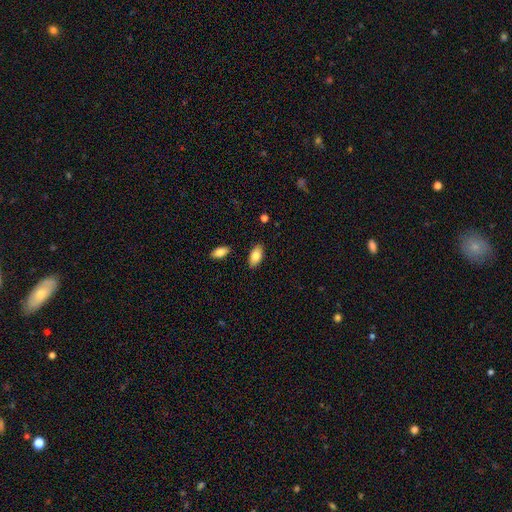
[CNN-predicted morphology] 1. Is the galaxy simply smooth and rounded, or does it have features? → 81% smooth, 13% featured or disk, 7% star or artifact.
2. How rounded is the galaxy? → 92% in between, 5% cigar-shaped, 3% round.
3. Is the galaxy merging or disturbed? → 86% none, 10% minor disturbance, 2% merger, 2% major disturbance.